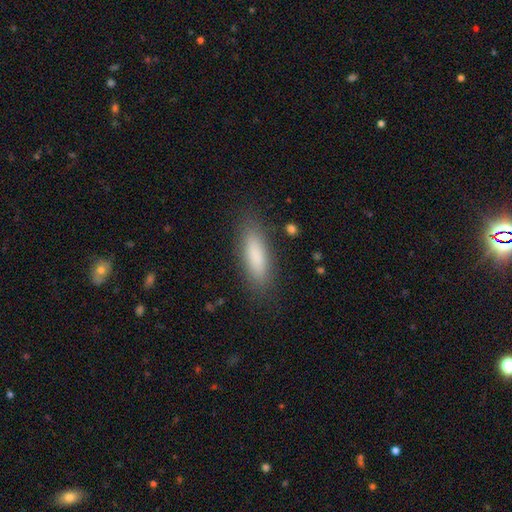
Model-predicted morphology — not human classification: Smooth or featured: smooth — 84% (featured or disk — 9%)
How rounded: cigar-shaped — 53% (in between — 45%)
Merging: none — 85% (minor disturbance — 11%)